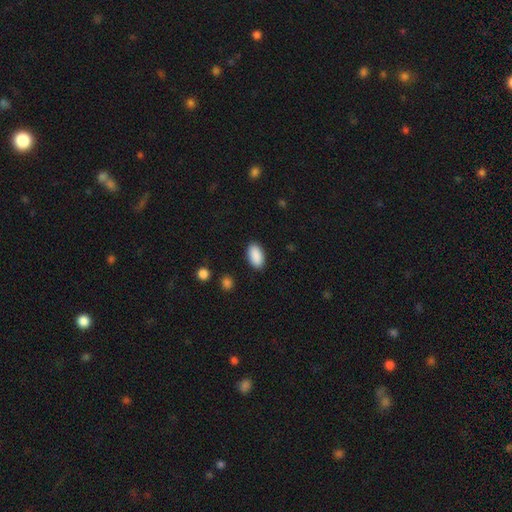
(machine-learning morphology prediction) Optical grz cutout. It shows a smooth galaxy with no disk features (91%) that is in between round and cigar-shaped (94%). Merging: none (89%).